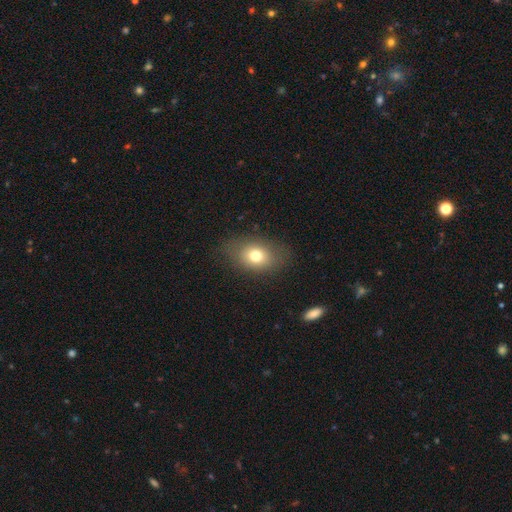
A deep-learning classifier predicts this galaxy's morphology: Smooth or featured? smooth (75%)
How rounded? in between (70%)
Merging? none (80%)